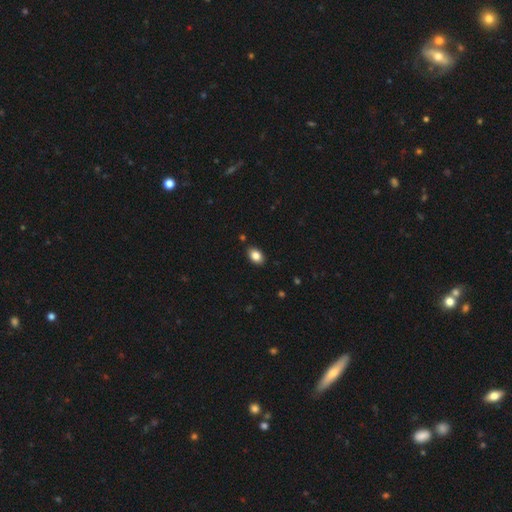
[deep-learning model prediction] This is clearly a smooth galaxy (85%). How rounded: clearly in between (83%). Merging: clearly none (88%).